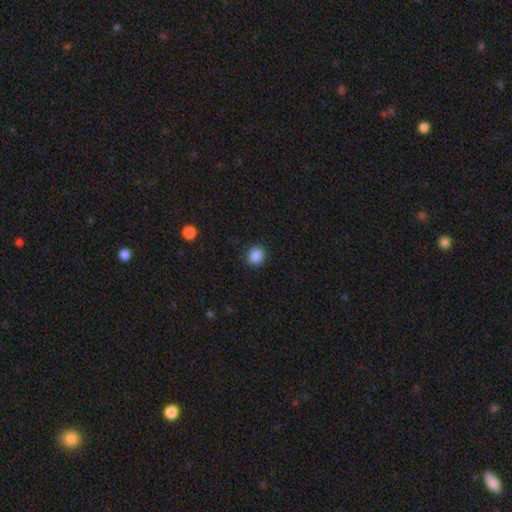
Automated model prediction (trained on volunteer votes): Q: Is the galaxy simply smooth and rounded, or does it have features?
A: smooth — 87%.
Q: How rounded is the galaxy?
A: round — 81%.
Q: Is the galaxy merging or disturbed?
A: none — 88%.